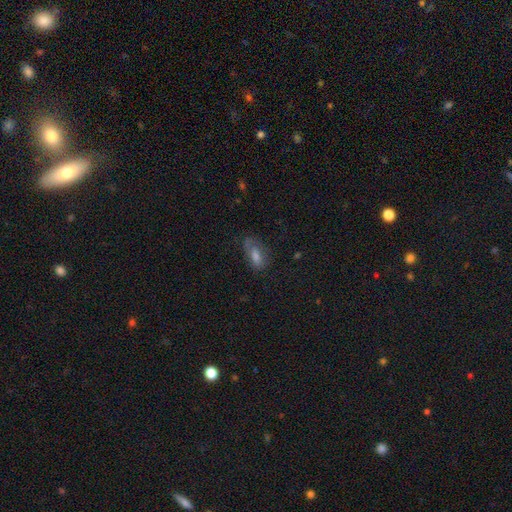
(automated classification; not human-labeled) Morphology: type=smooth (55%); roundness=in between (77%); merging=none (58%).